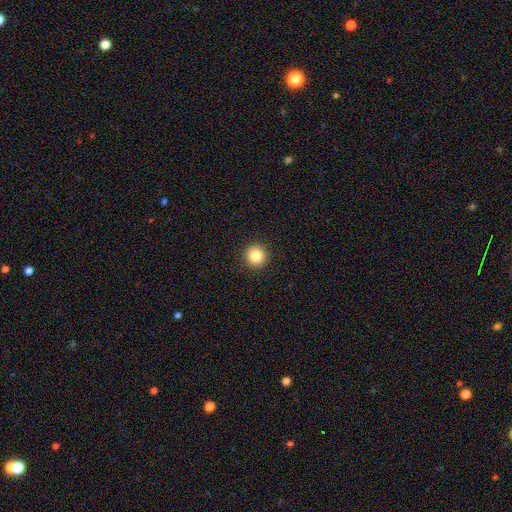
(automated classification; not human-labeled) A smooth galaxy with no disk features (85%) that is round (95%).

Vote fractions:
- Smooth or featured? smooth: 85% / star or artifact: 11% / featured or disk: 5%
- How rounded? round: 95% / in between: 4% / cigar-shaped: 1%
- Merging? none: 93% / minor disturbance: 4% / major disturbance: 2% / merger: 1%